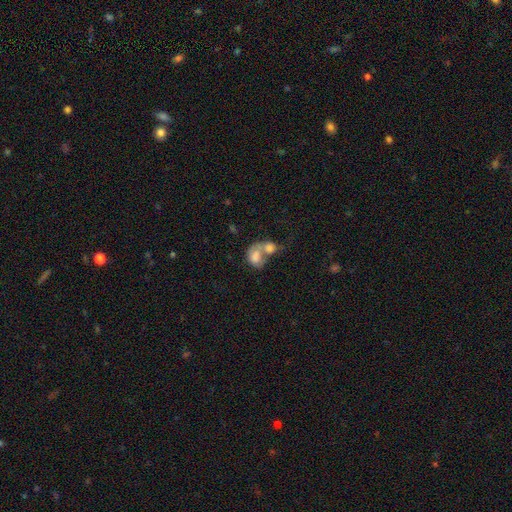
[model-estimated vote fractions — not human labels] Q: Smooth or featured?
A: smooth (65%); runner-up: featured or disk (25%)
Q: How rounded?
A: in between (62%); runner-up: round (36%)
Q: Merging?
A: merger (73%); runner-up: none (12%)